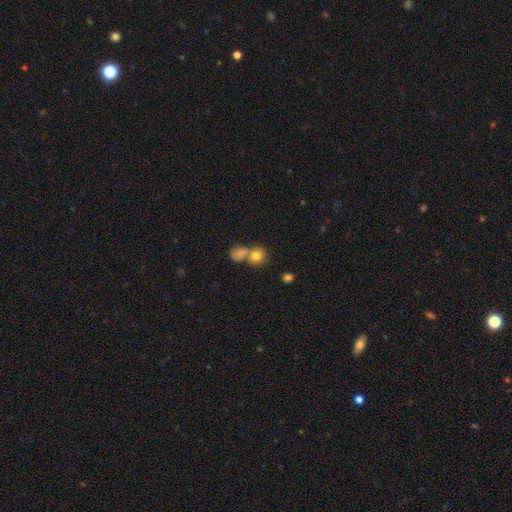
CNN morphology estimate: The model was most divided on "merging": merger: 48%, none: 40%, minor disturbance: 8%, major disturbance: 4%. More confident: how rounded — round (80%); smooth or featured — smooth (78%).